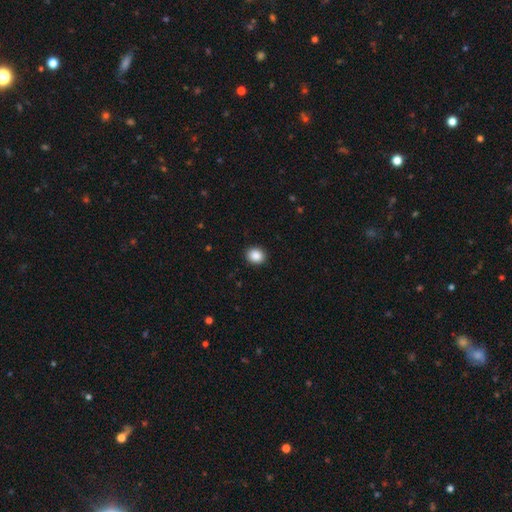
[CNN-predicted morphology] This appears to be a smooth galaxy with no disk features (88%) that is round (74%). Merging: none (92%).